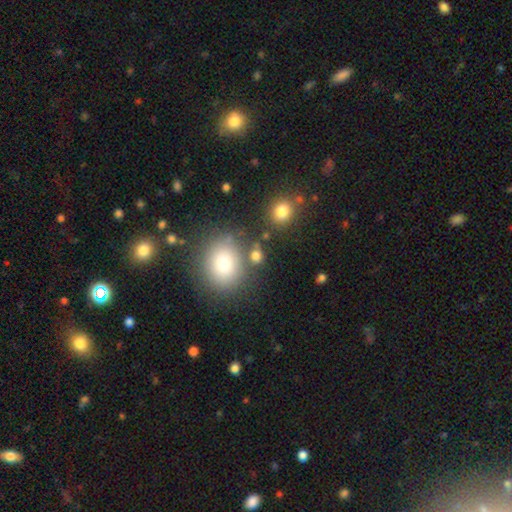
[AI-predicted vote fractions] smooth-or-featured: smooth: 76% | star or artifact: 15% | featured or disk: 9%
  how-rounded: round: 58% | in between: 40% | cigar-shaped: 2%
  merging: none: 69% | merger: 14% | minor disturbance: 12% | major disturbance: 5%